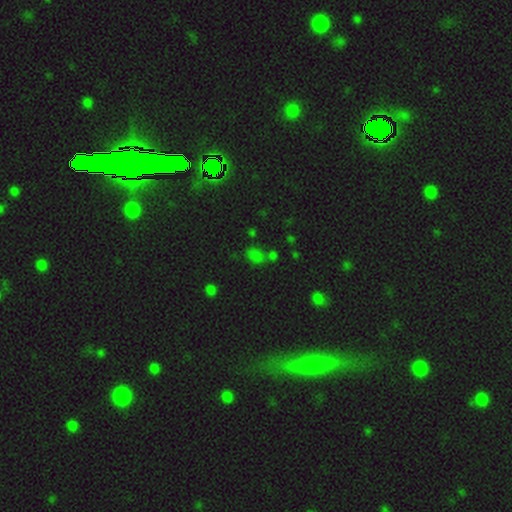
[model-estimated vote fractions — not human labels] This is possibly a smooth galaxy (54%). How rounded: likely in between (65%). Merging: possibly none (56%).